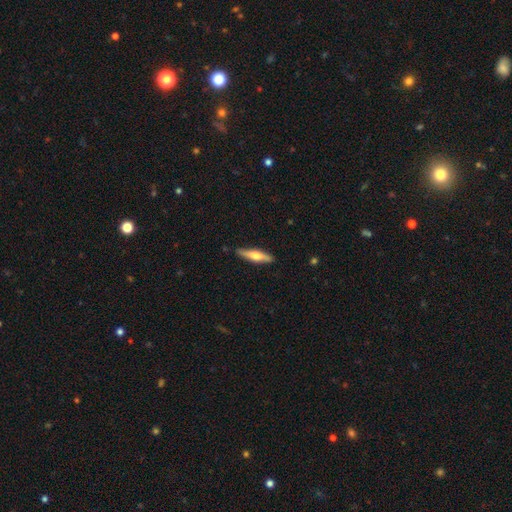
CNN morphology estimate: Smooth or featured?
  - smooth: 48% *
  - featured or disk: 46%
  - star or artifact: 5%
Merging?
  - none: 86% *
  - minor disturbance: 10%
  - major disturbance: 2%
  - merger: 1%